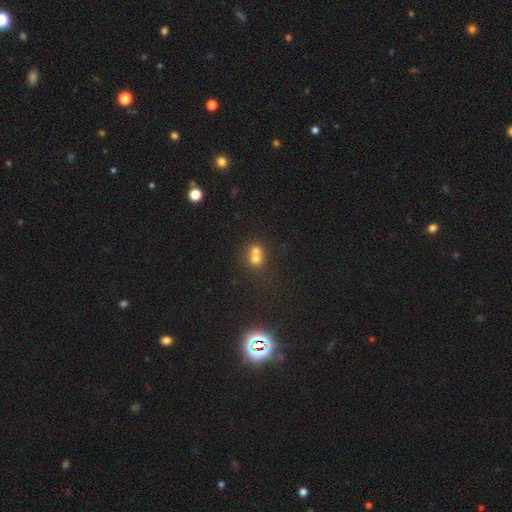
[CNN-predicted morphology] Smooth or featured? Predicted: smooth (p=0.66). How rounded? Predicted: round (p=0.78). Merging? Predicted: merger (p=0.66).